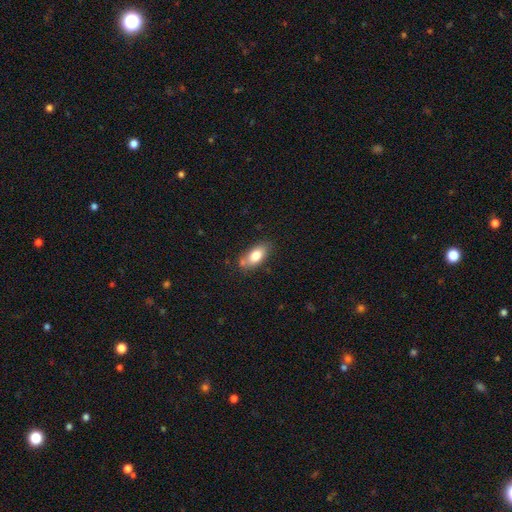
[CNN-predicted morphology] This is likely a smooth galaxy (79%). How rounded: clearly in between (88%). Merging: likely none (67%).